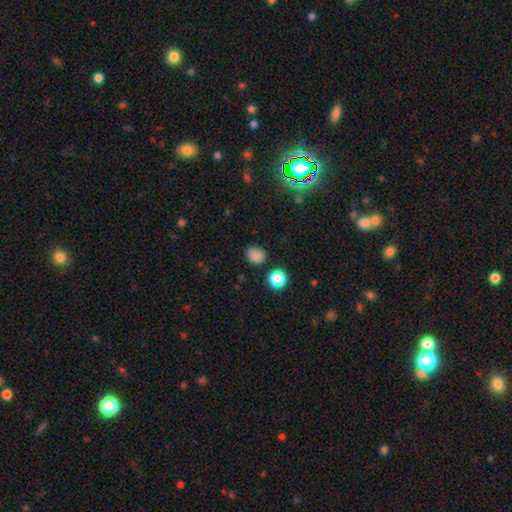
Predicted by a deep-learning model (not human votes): The model was most divided on "how rounded": round: 63%, in between: 36%, cigar-shaped: 1%. More confident: merging — none (82%); smooth or featured — smooth (82%).